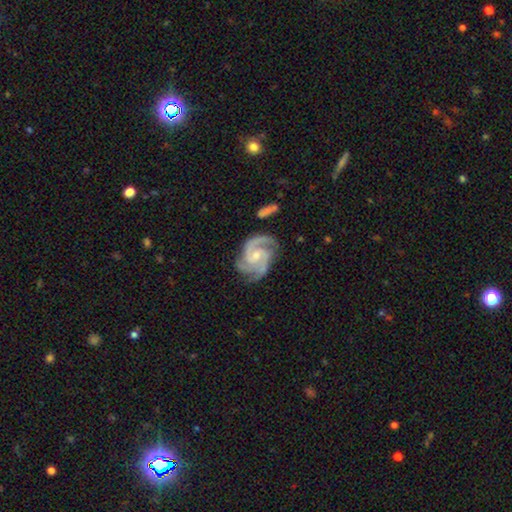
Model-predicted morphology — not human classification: smooth-or-featured: featured or disk: 93% | star or artifact: 4% | smooth: 3%
  disk-edge-on: no: 98% | yes: 2%
    bar: no: 45% | weak: 44% | strong: 11%
    has-spiral-arms: yes: 99% | no: 1%
      spiral-winding: medium: 47% | tight: 46% | loose: 7%
      spiral-arm-count: 3: 54% | 2: 24% | 4: 8% | can't tell: 6% | 1: 4% | more than 4: 4%
    bulge-size: small: 53% | moderate: 40% | none: 4% | large: 2% | dominant: 1%
  merging: none: 71% | minor disturbance: 19% | major disturbance: 8% | merger: 2%